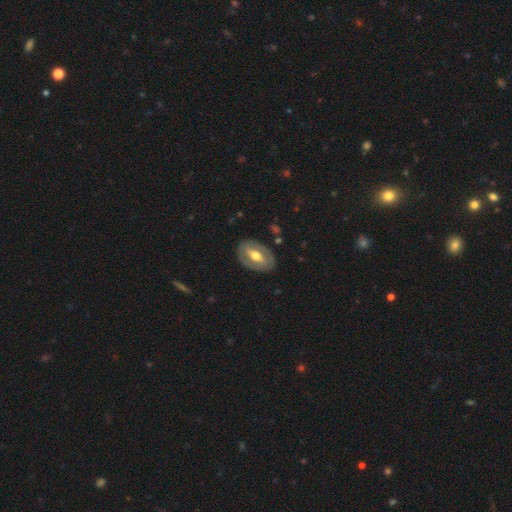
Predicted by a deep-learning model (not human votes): featured or disk 64%, smooth 32%, star or artifact 5%. Down the decision tree: edge-on disk — no (92%); bar — strong (39%); spiral arms — no (63%); bulge size — moderate (72%); merging — none (82%).